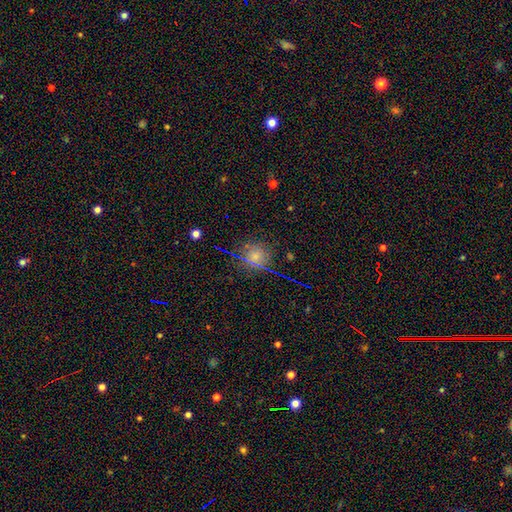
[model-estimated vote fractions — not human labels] A smooth galaxy with no disk features (51%) that is round (88%).

Vote fractions:
- Smooth or featured? smooth: 51% / star or artifact: 32% / featured or disk: 17%
- How rounded? round: 88% / in between: 11% / cigar-shaped: 1%
- Merging? none: 75% / minor disturbance: 15% / major disturbance: 7% / merger: 2%